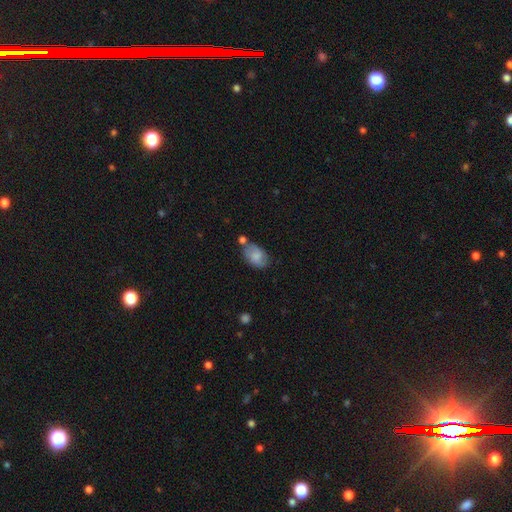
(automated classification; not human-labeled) This is likely a smooth galaxy (75%). How rounded: clearly in between (89%). Merging: possibly none (59%).